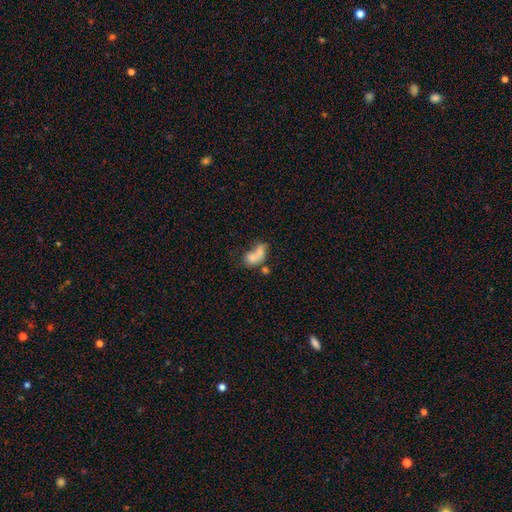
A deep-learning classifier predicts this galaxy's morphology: This appears to be a smooth galaxy with no disk features (68%) that is in between round and cigar-shaped (76%). Merging: merger (61%).